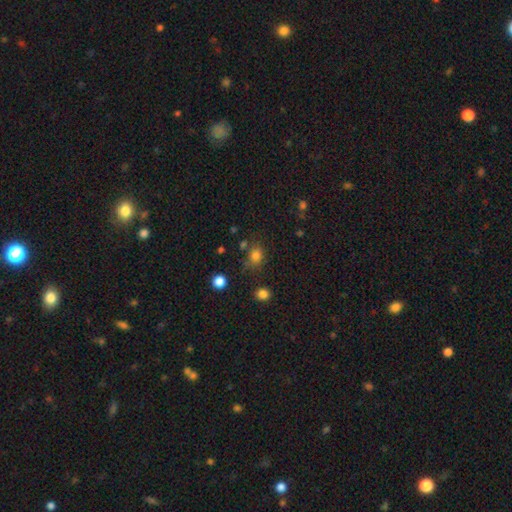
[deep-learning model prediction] This is likely a smooth galaxy (78%). How rounded: likely round (69%). Merging: likely none (72%).